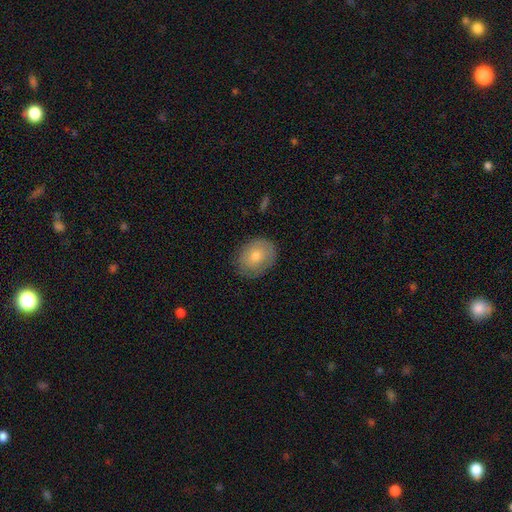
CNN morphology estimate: Q: Smooth or featured?
A: smooth (67%); runner-up: featured or disk (24%)
Q: How rounded?
A: round (50%); runner-up: in between (49%)
Q: Merging?
A: none (82%); runner-up: minor disturbance (13%)